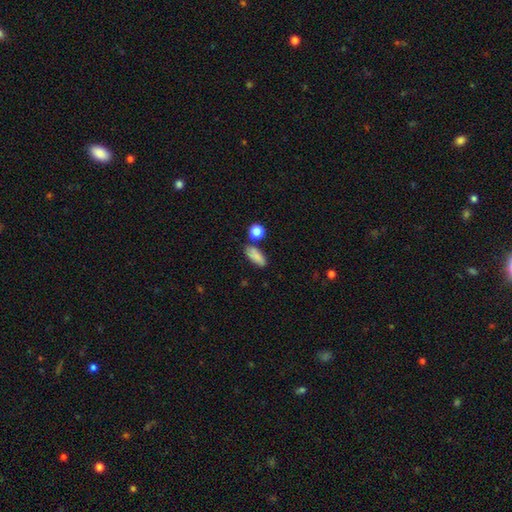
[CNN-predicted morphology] Smooth or featured? Predicted: smooth (p=0.82). How rounded? Predicted: in between (p=0.80). Merging? Predicted: none (p=0.68).